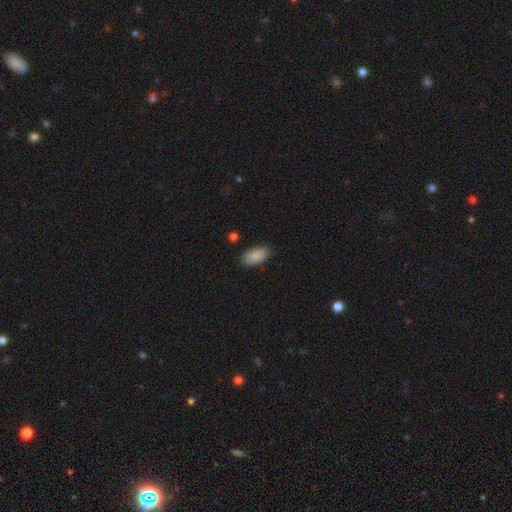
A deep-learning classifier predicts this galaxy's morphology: type=smooth (88%); roundness=in between (93%); merging=none (84%).